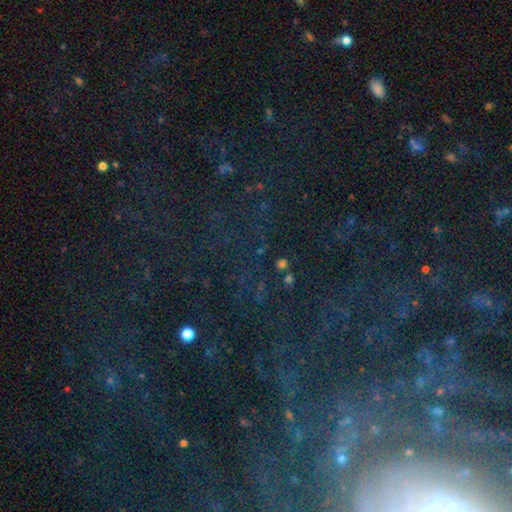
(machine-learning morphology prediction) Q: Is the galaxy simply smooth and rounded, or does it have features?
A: star or artifact — 75%.